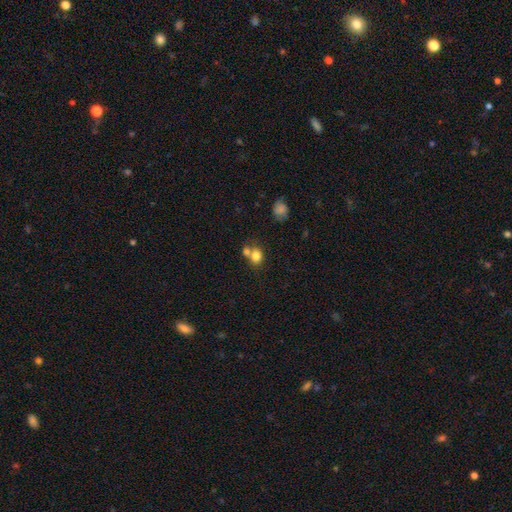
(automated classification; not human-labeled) Smooth or featured: smooth — 80% (star or artifact — 11%)
How rounded: round — 63% (in between — 36%)
Merging: none — 47% (merger — 39%)